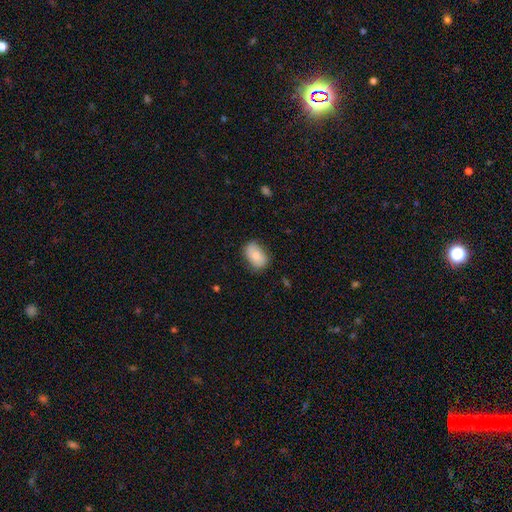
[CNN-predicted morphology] Smooth or featured?
  - smooth: 74% *
  - featured or disk: 19%
  - star or artifact: 7%
How rounded?
  - in between: 86% *
  - round: 12%
  - cigar-shaped: 1%
Merging?
  - none: 73% *
  - minor disturbance: 21%
  - major disturbance: 4%
  - merger: 1%